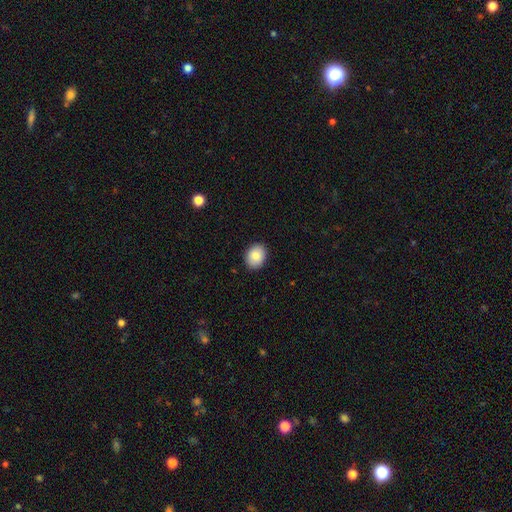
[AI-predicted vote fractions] Overall: smooth (84%). How rounded: in between (61%; round 38%). Merging: none (90%).